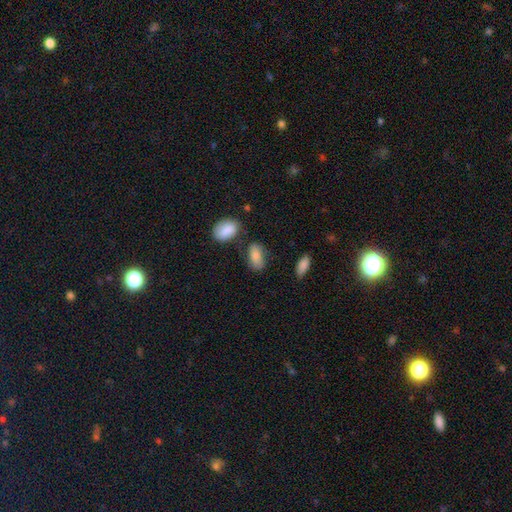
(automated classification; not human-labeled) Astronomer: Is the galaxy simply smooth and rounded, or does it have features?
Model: smooth — 85%.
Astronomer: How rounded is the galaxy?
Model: in between — 93%.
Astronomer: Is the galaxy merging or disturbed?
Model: none — 67%.